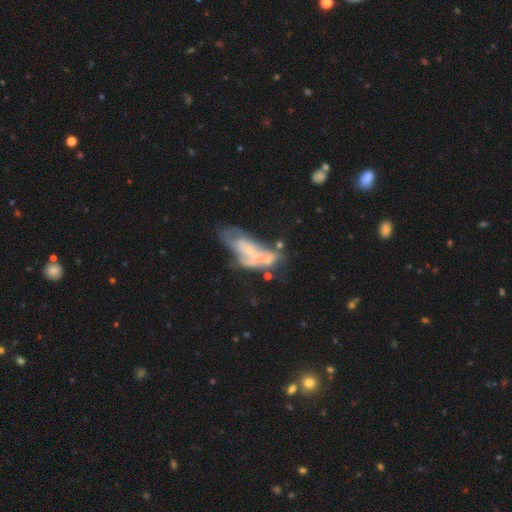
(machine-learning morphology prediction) smooth-or-featured: featured or disk: 55% | smooth: 33% | star or artifact: 12%
  disk-edge-on: no: 88% | yes: 12%
  merging: major disturbance: 30% | none: 27% | merger: 22% | minor disturbance: 21%